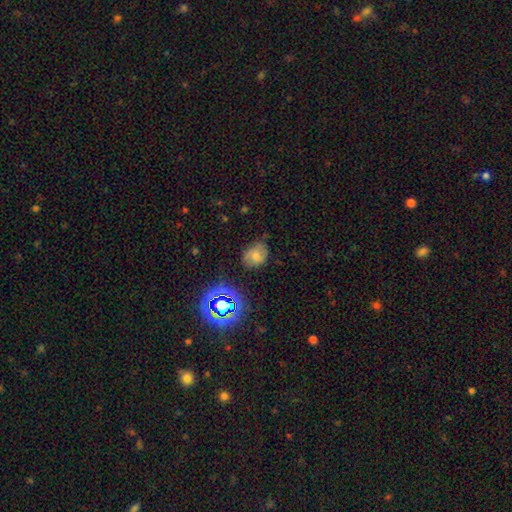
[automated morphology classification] A smooth galaxy with no disk features (61%) that is in between round and cigar-shaped (54%).

Vote fractions:
- Smooth or featured? smooth: 61% / featured or disk: 21% / star or artifact: 18%
- How rounded? in between: 54% / round: 45% / cigar-shaped: 1%
- Merging? none: 64% / minor disturbance: 27% / major disturbance: 7% / merger: 3%